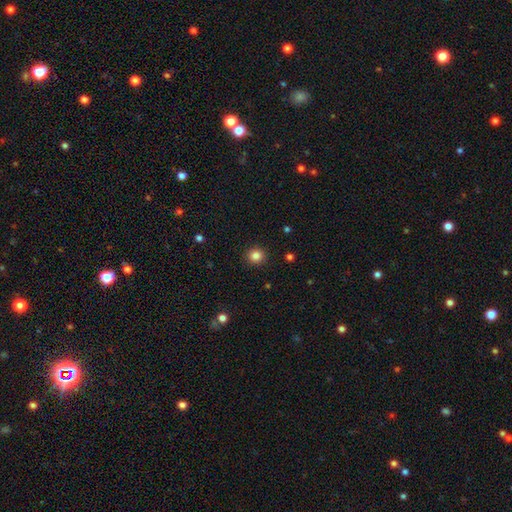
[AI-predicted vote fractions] The model was most divided on "smooth or featured": smooth: 84%, star or artifact: 12%, featured or disk: 4%. More confident: merging — none (92%); how rounded — round (91%).